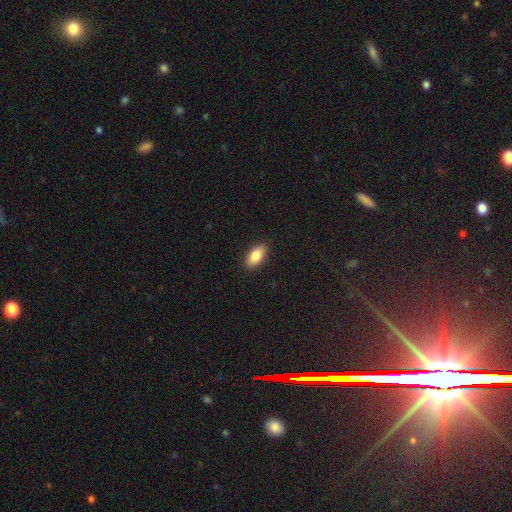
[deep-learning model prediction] smooth-or-featured: smooth: 85% | featured or disk: 8% | star or artifact: 7%
  how-rounded: in between: 89% | cigar-shaped: 8% | round: 3%
  merging: none: 89% | minor disturbance: 8% | major disturbance: 2% | merger: 1%